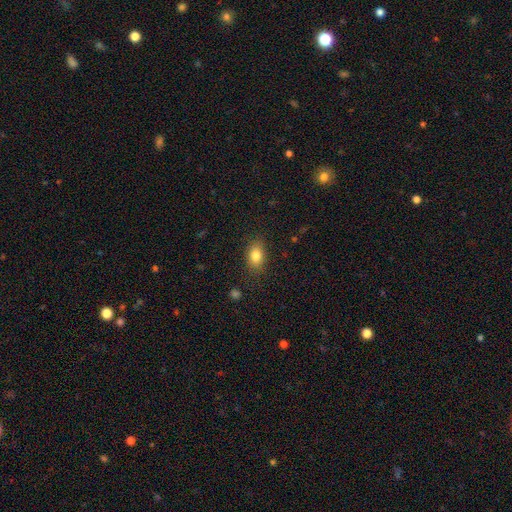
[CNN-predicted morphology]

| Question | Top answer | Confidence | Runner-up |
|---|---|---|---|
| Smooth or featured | smooth | 83% | star or artifact (9%) |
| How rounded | in between | 82% | round (16%) |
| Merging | none | 84% | minor disturbance (12%) |